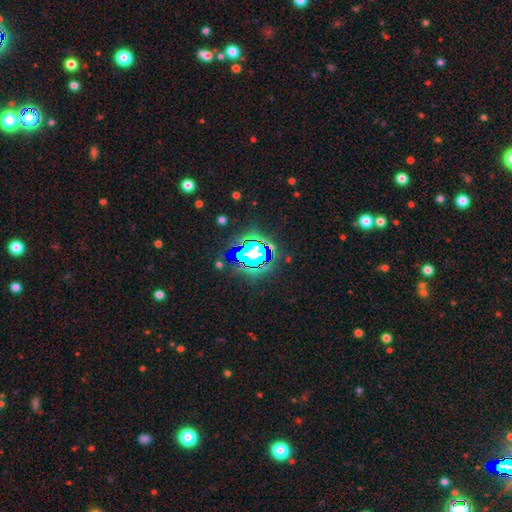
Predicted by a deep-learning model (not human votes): This is likely a star or artifact rather than a galaxy (65%).